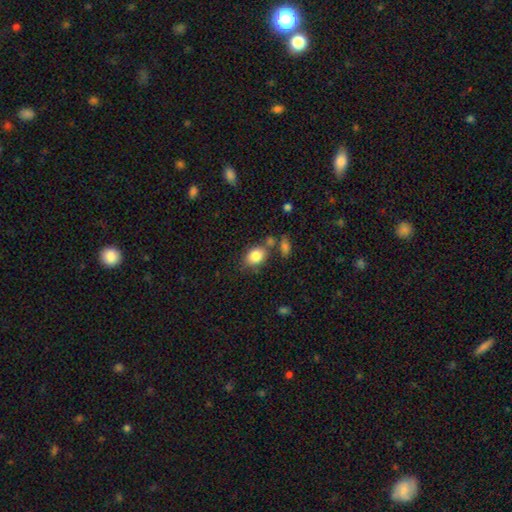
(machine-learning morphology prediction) Smooth or featured: smooth — 83% (star or artifact — 9%)
How rounded: in between — 68% (round — 31%)
Merging: none — 67% (minor disturbance — 16%)